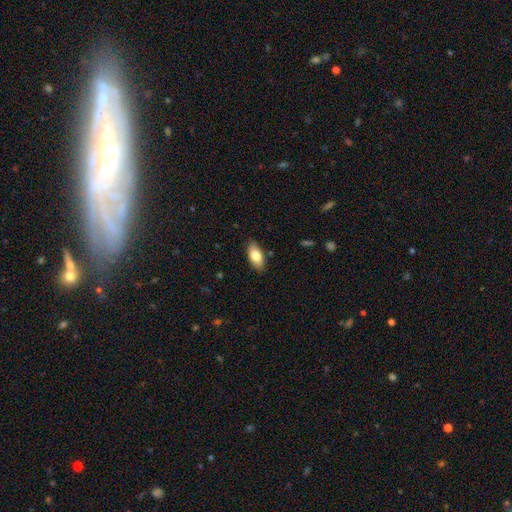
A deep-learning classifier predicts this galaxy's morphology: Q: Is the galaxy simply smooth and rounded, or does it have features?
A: smooth — 82%.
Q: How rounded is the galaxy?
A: in between — 89%.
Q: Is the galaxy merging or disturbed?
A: none — 85%.